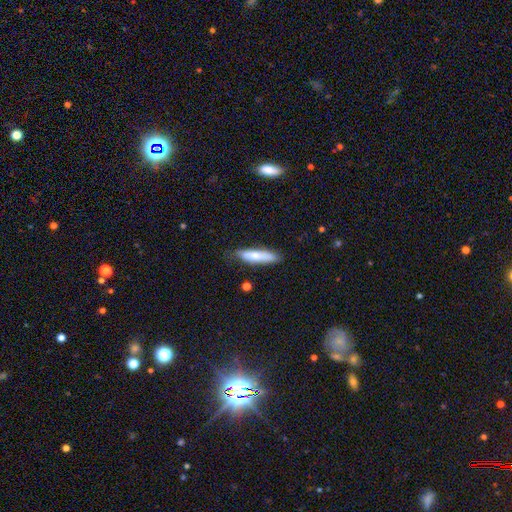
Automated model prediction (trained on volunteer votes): Smooth or featured?
  - smooth: 73% *
  - featured or disk: 21%
  - star or artifact: 6%
How rounded?
  - cigar-shaped: 77% *
  - in between: 21%
  - round: 1%
Merging?
  - none: 76% *
  - minor disturbance: 19%
  - major disturbance: 4%
  - merger: 2%